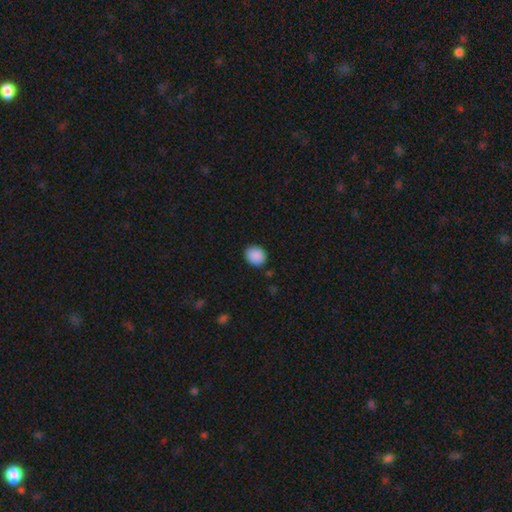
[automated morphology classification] The model was most divided on "how rounded": round: 68%, in between: 31%, cigar-shaped: 1%. More confident: smooth or featured — smooth (89%); merging — none (87%).